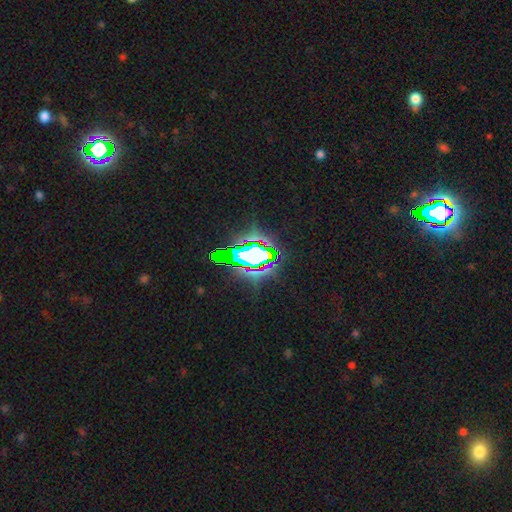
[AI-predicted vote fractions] Q: Smooth or featured?
A: star or artifact (64%); runner-up: smooth (19%)